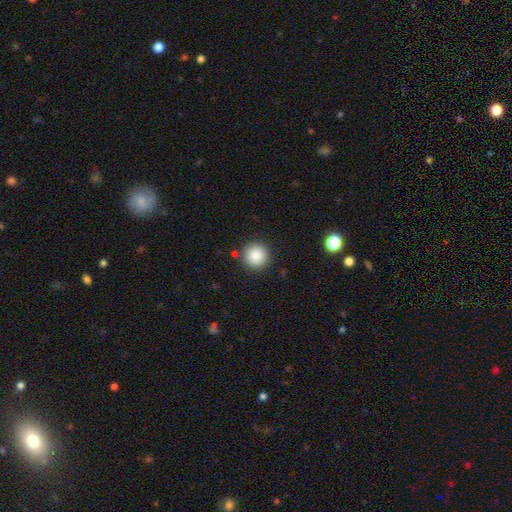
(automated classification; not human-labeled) smooth_or_featured: smooth (p=0.86) [alt: star or artifact p=0.09]
how_rounded: round (p=0.95) [alt: in between p=0.04]
merging: none (p=0.89) [alt: minor disturbance p=0.06]